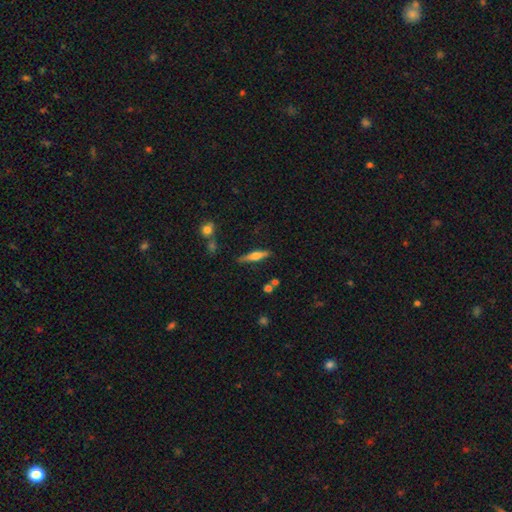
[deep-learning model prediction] smooth-or-featured: featured or disk: 51% | smooth: 43% | star or artifact: 7%
  disk-edge-on: yes: 95% | no: 5%
  merging: none: 82% | minor disturbance: 12% | merger: 4% | major disturbance: 3%